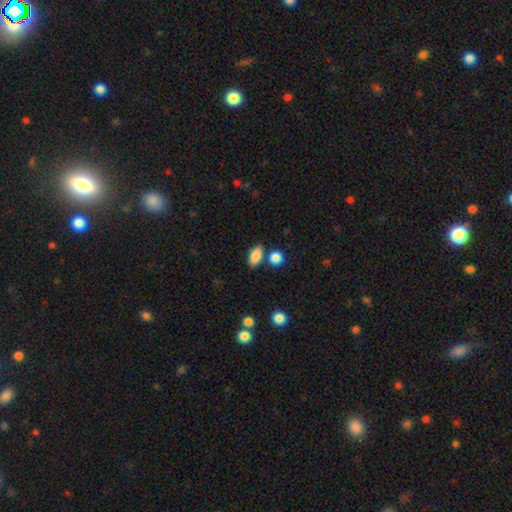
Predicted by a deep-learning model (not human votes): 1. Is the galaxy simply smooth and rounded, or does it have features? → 85% smooth, 8% star or artifact, 7% featured or disk.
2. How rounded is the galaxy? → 87% in between, 8% round, 5% cigar-shaped.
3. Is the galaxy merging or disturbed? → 73% none, 12% minor disturbance, 12% merger, 3% major disturbance.